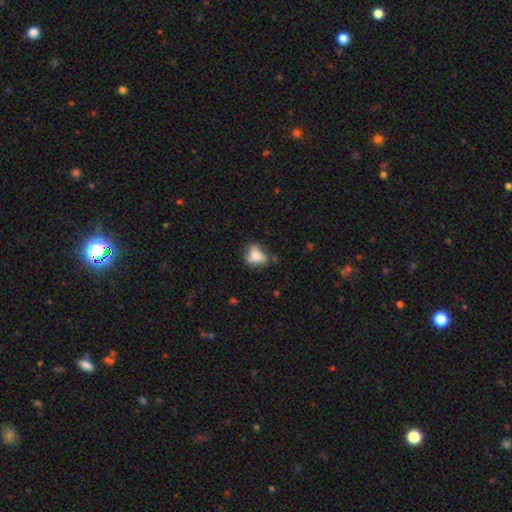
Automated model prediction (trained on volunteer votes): smooth-or-featured: smooth: 69% | featured or disk: 22% | star or artifact: 10%
  how-rounded: in between: 66% | round: 32% | cigar-shaped: 2%
  merging: none: 43% | minor disturbance: 33% | major disturbance: 18% | merger: 6%